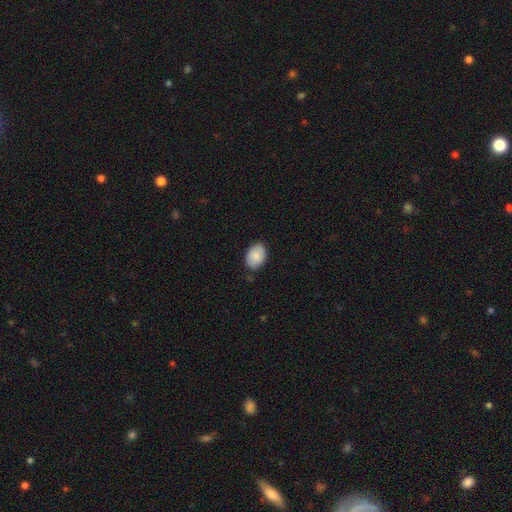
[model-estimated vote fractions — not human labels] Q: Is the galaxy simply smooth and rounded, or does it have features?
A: smooth — 85%.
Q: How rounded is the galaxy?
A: in between — 81%.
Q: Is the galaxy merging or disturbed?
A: none — 81%.